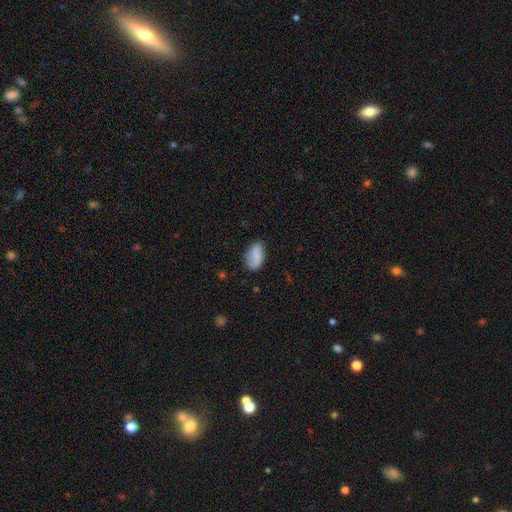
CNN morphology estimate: This appears to be a smooth galaxy with no disk features (80%) that is in between round and cigar-shaped (92%). Merging: none (71%).